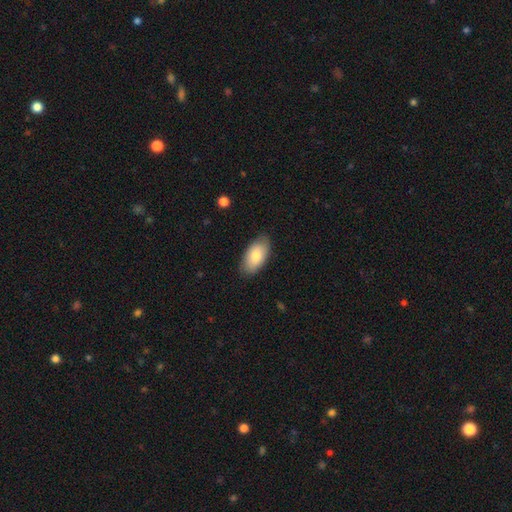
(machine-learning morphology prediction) Smooth or featured? smooth (80%)
How rounded? in between (94%)
Merging? none (84%)